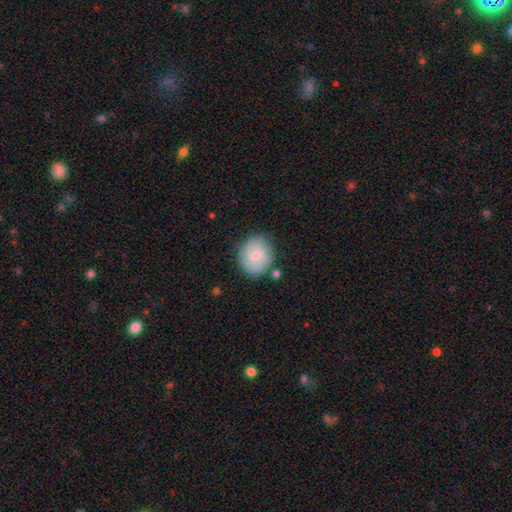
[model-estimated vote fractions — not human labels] Overall: featured or disk (48%; smooth 45%). Merging: none (74%).